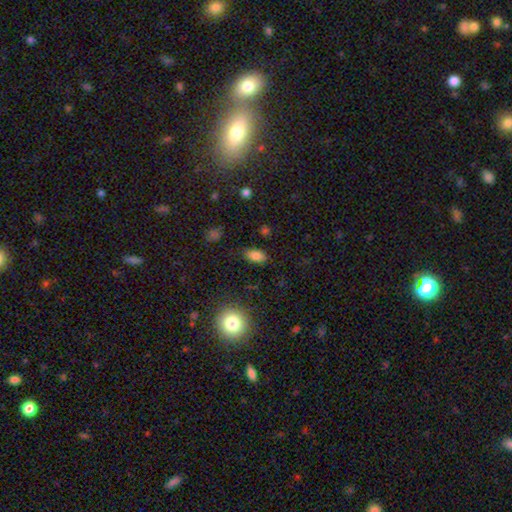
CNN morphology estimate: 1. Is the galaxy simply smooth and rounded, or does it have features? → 81% smooth, 13% star or artifact, 6% featured or disk.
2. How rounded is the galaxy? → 90% in between, 6% round, 4% cigar-shaped.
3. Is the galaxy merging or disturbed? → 81% none, 13% minor disturbance, 3% major disturbance, 2% merger.